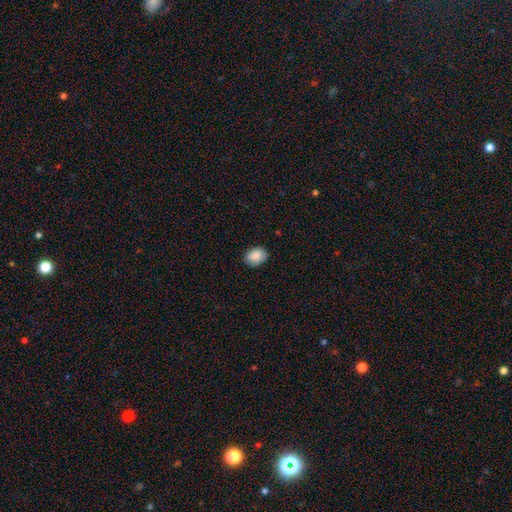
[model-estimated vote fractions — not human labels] Q: Smooth or featured?
A: smooth (87%); runner-up: star or artifact (7%)
Q: How rounded?
A: in between (68%); runner-up: round (31%)
Q: Merging?
A: none (80%); runner-up: minor disturbance (16%)